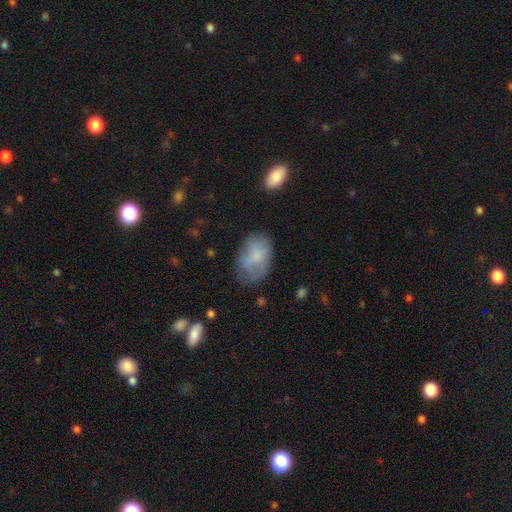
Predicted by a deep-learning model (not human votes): smooth-or-featured: smooth: 73% | featured or disk: 19% | star or artifact: 8%
  how-rounded: in between: 84% | round: 15% | cigar-shaped: 1%
  merging: none: 51% | minor disturbance: 31% | major disturbance: 15% | merger: 3%